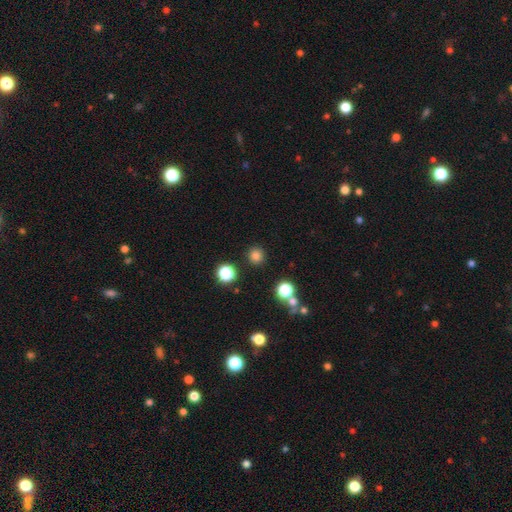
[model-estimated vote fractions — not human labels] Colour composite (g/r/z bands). It shows a smooth galaxy with no disk features (79%) that is round (94%). Merging: none (89%).